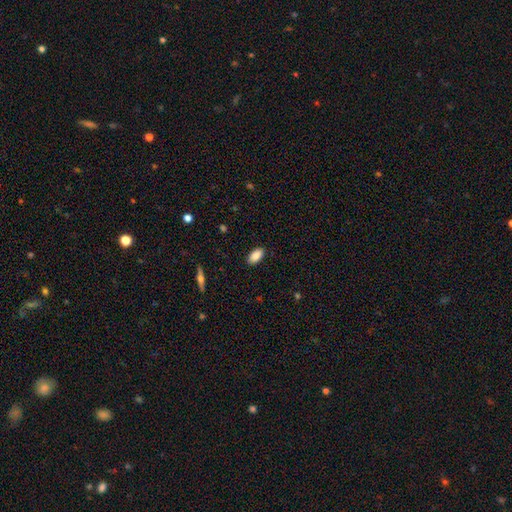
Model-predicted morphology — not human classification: A smooth galaxy with no disk features (87%) that is in between round and cigar-shaped (93%). Merging: none (88%).